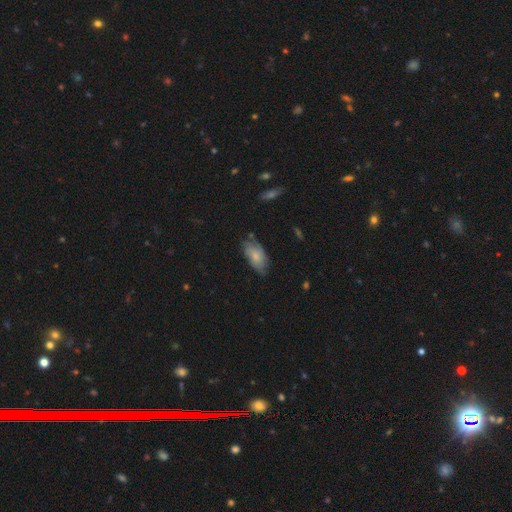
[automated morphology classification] Q: Smooth or featured?
A: smooth (71%); runner-up: featured or disk (22%)
Q: How rounded?
A: in between (92%); runner-up: cigar-shaped (5%)
Q: Merging?
A: none (61%); runner-up: minor disturbance (30%)